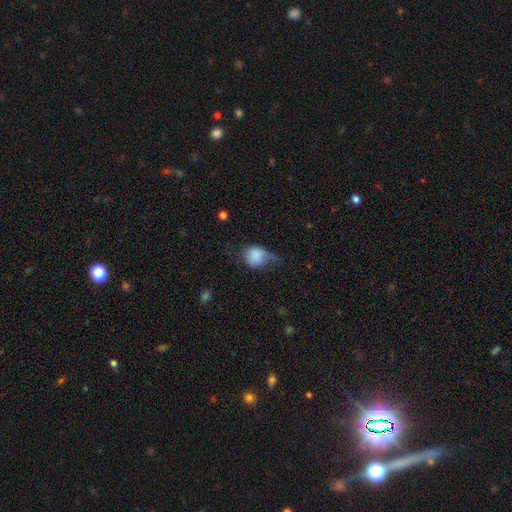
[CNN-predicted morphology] A smooth galaxy with no disk features (77%) that is round (63%). Merging: minor disturbance (40%).